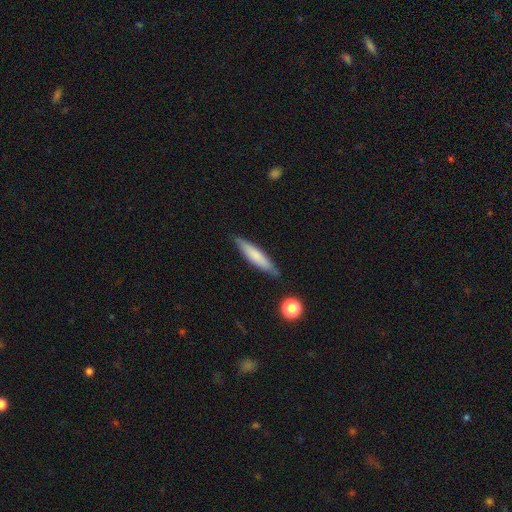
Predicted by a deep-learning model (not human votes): Smooth or featured? smooth (71%)
How rounded? cigar-shaped (85%)
Merging? none (84%)